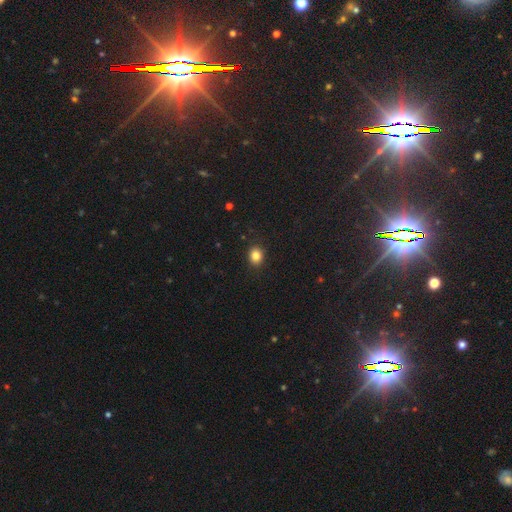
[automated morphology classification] smooth_or_featured: smooth (p=0.84) [alt: star or artifact p=0.11]
how_rounded: round (p=0.62) [alt: in between p=0.37]
merging: none (p=0.90) [alt: minor disturbance p=0.07]